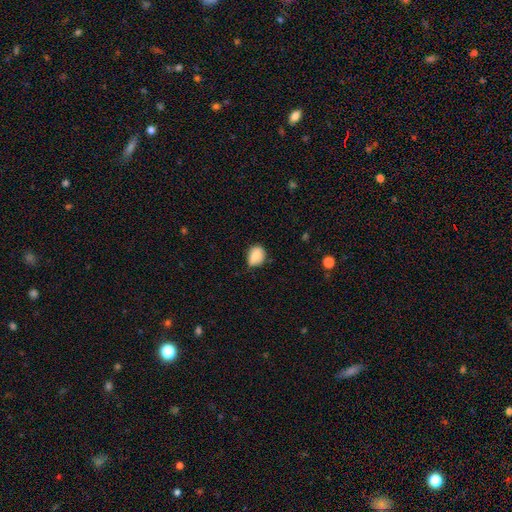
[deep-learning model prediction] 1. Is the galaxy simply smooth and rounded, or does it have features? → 84% smooth, 8% star or artifact, 8% featured or disk.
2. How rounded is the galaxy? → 62% in between, 36% round, 1% cigar-shaped.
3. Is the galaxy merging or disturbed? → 57% none, 35% minor disturbance, 6% major disturbance, 2% merger.